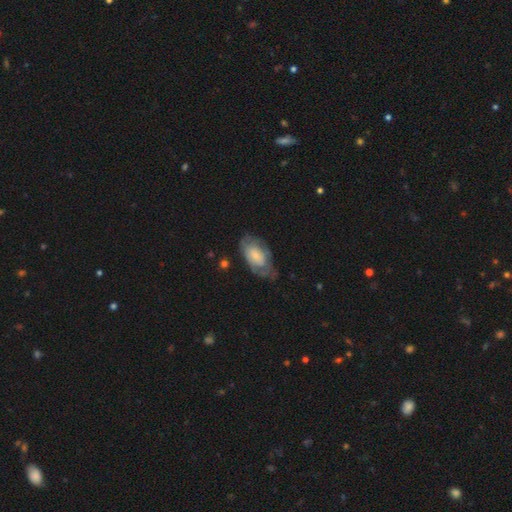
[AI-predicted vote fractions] Smooth or featured?
  - smooth: 50% *
  - featured or disk: 44%
  - star or artifact: 6%
Merging?
  - none: 49% *
  - minor disturbance: 30%
  - major disturbance: 19%
  - merger: 2%